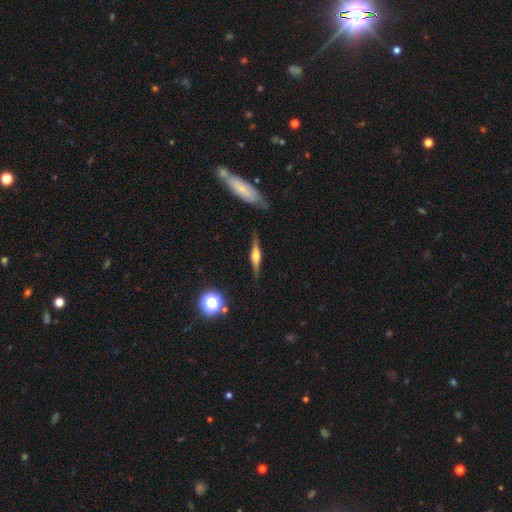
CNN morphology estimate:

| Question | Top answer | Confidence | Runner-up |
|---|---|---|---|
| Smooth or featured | featured or disk | 72% | smooth (21%) |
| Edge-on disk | yes | 96% | no (4%) |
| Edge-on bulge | rounded | 88% | boxy (9%) |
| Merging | none | 83% | minor disturbance (12%) |